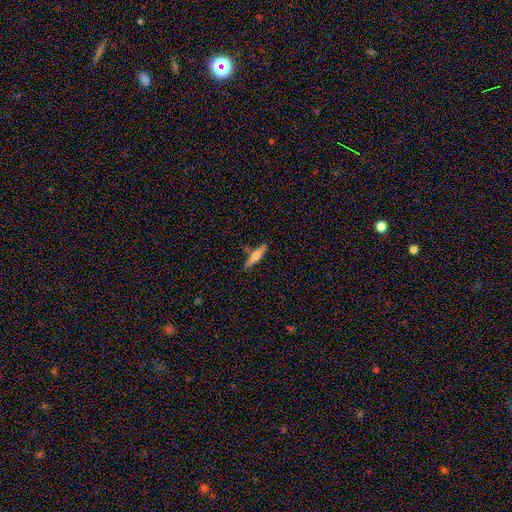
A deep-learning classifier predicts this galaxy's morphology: The model was most divided on "smooth or featured": smooth: 59%, featured or disk: 34%, star or artifact: 7%. More confident: how rounded — cigar-shaped (79%); merging — none (79%).